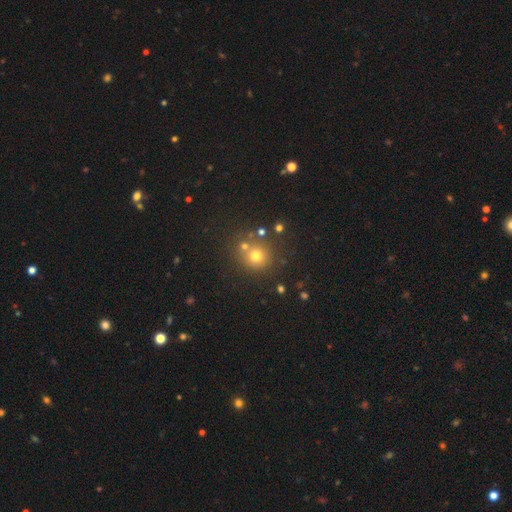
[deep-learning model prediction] Morphology: type=smooth (70%); roundness=round (88%); merging=none (68%).